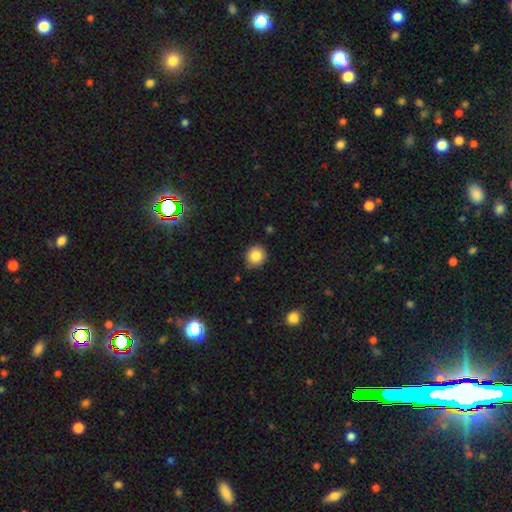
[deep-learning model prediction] smooth-or-featured: smooth: 84% | star or artifact: 10% | featured or disk: 6%
  how-rounded: round: 86% | in between: 13% | cigar-shaped: 1%
  merging: none: 83% | minor disturbance: 13% | major disturbance: 2% | merger: 2%